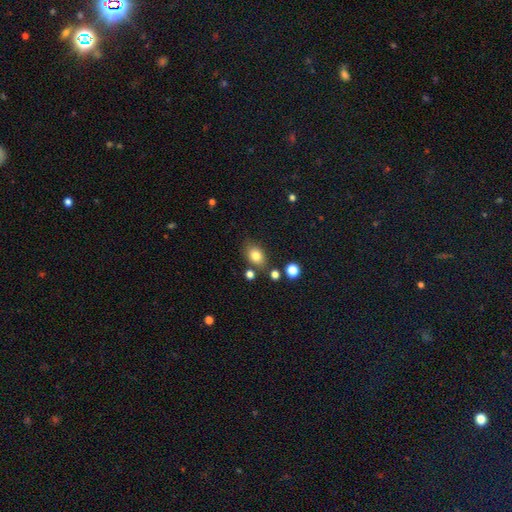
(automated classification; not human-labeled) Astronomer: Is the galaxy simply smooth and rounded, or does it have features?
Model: smooth — 81%.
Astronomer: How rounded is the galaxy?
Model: in between — 74%.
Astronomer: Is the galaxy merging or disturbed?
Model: none — 75%.